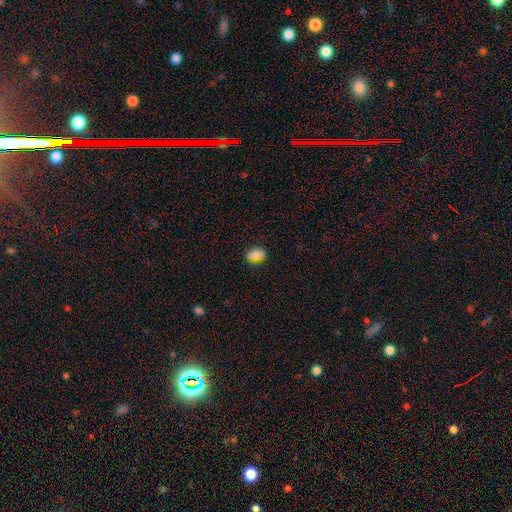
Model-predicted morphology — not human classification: Smooth or featured? Predicted: smooth (p=0.85). How rounded? Predicted: in between (p=0.86). Merging? Predicted: none (p=0.78).